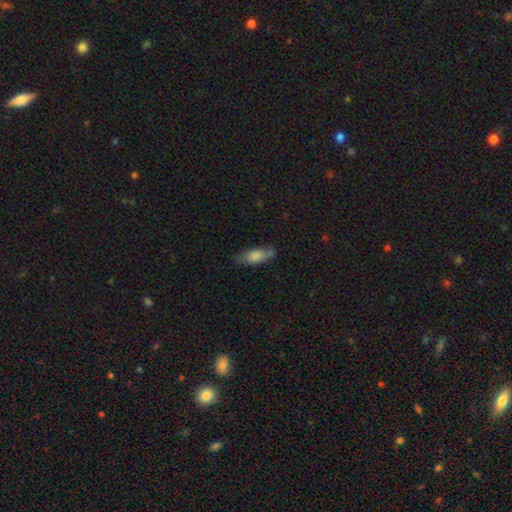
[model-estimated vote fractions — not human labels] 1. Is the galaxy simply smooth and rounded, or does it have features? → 75% smooth, 18% featured or disk, 7% star or artifact.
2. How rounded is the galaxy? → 65% in between, 33% cigar-shaped, 2% round.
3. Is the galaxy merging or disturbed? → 68% none, 23% minor disturbance, 5% major disturbance, 3% merger.